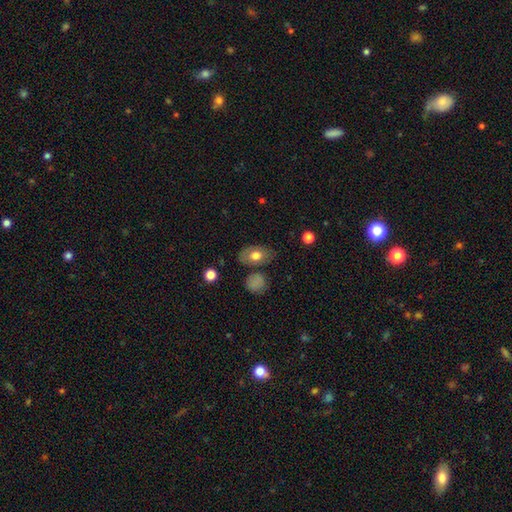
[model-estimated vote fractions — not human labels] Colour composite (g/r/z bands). It shows a smooth galaxy with no disk features (70%) that is in between round and cigar-shaped (82%). Merging: none (74%).